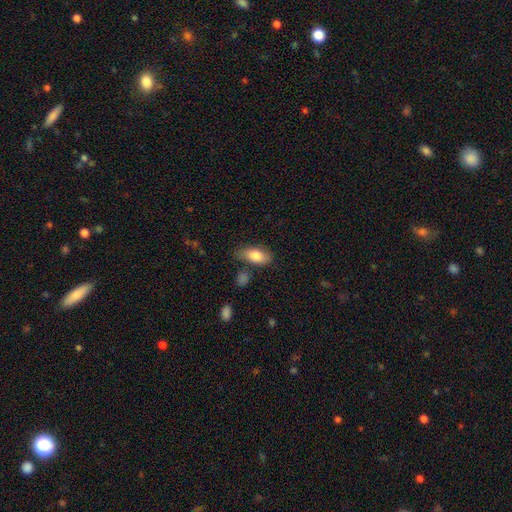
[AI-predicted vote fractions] This appears to be a smooth galaxy with no disk features (80%) that is in between round and cigar-shaped (87%). Merging: none (69%).